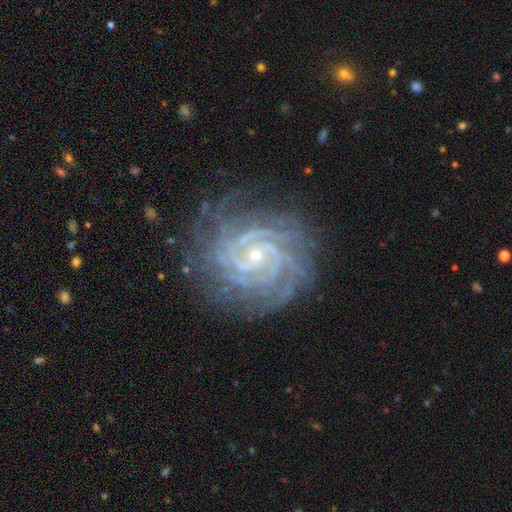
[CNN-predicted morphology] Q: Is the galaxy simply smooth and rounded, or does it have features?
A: featured or disk — 91%.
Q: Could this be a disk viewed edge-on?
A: no — 98%.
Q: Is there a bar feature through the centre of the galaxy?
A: no — 62%.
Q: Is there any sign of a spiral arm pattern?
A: yes — 99%.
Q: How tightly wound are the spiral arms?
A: tight — 82%.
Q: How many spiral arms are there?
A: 4 — 23%.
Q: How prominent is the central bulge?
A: small — 78%.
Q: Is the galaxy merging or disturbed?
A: none — 78%.